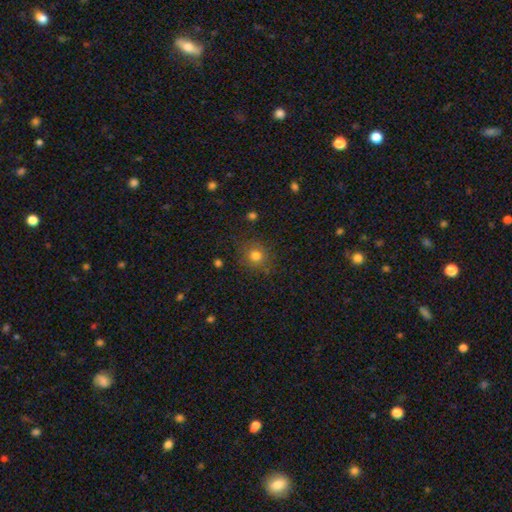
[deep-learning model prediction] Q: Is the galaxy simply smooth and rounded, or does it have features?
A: smooth — 78%.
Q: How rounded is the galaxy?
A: round — 87%.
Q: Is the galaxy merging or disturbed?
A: none — 83%.